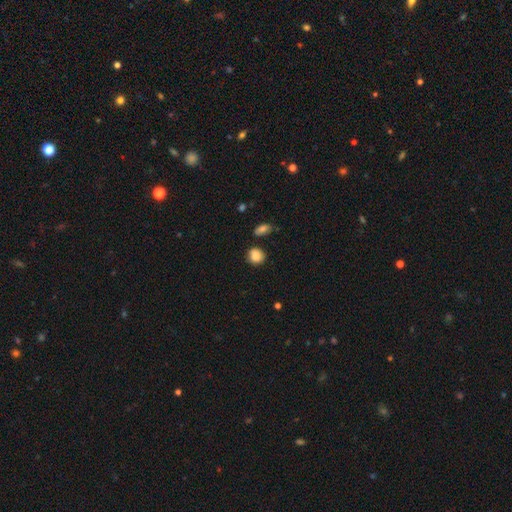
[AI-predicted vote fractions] A smooth galaxy with no disk features (86%) that is round (77%). Merging: none (73%).